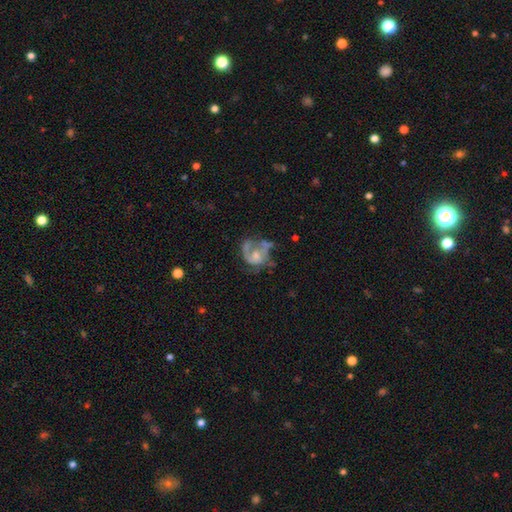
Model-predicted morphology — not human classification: featured or disk 67%, smooth 25%, star or artifact 8%. Down the decision tree: edge-on disk — no (98%); bar — no (72%); spiral arms — yes (65%); bulge size — moderate (47%); merging — major disturbance (38%).